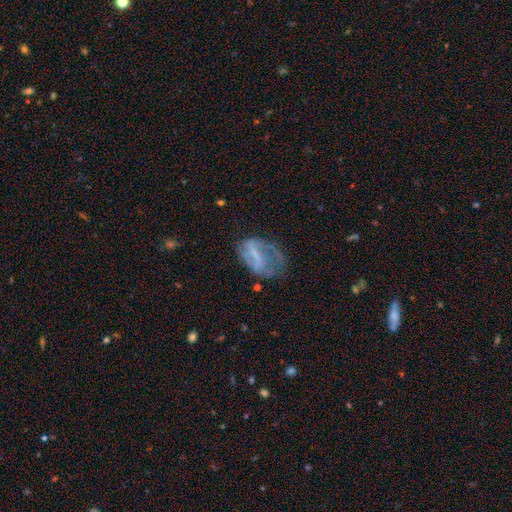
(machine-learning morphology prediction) Smooth or featured? Predicted: featured or disk (p=0.58). Edge-on disk? Predicted: no (p=0.96). Bar? Predicted: weak (p=0.38). Spiral arms? Predicted: no (p=0.53). Bulge size? Predicted: none (p=0.51). Merging? Predicted: major disturbance (p=0.37).